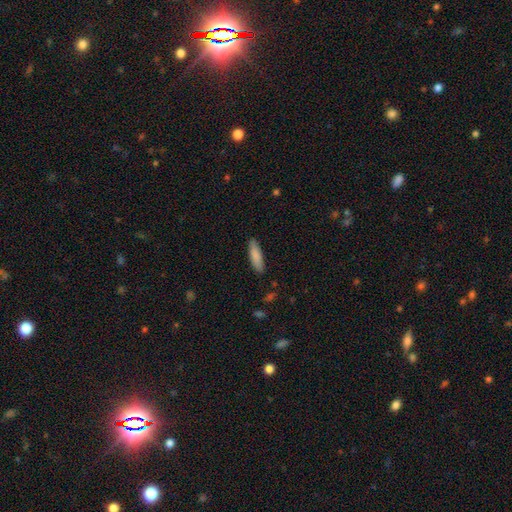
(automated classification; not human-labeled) Q: Smooth or featured?
A: smooth (85%); runner-up: featured or disk (9%)
Q: How rounded?
A: cigar-shaped (64%); runner-up: in between (35%)
Q: Merging?
A: none (87%); runner-up: minor disturbance (10%)